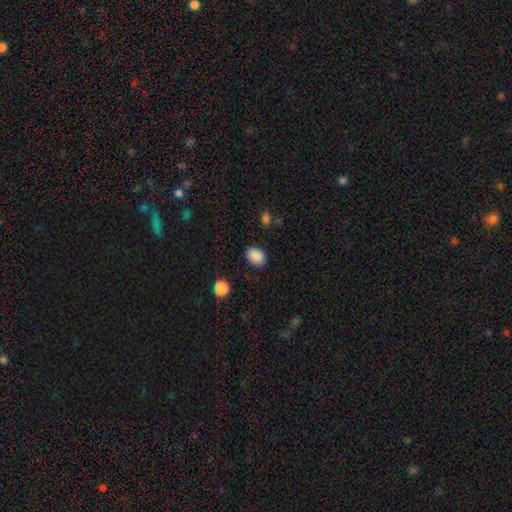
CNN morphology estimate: smooth_or_featured: smooth (p=0.88) [alt: star or artifact p=0.09]
how_rounded: in between (p=0.66) [alt: round p=0.34]
merging: none (p=0.86) [alt: minor disturbance p=0.10]